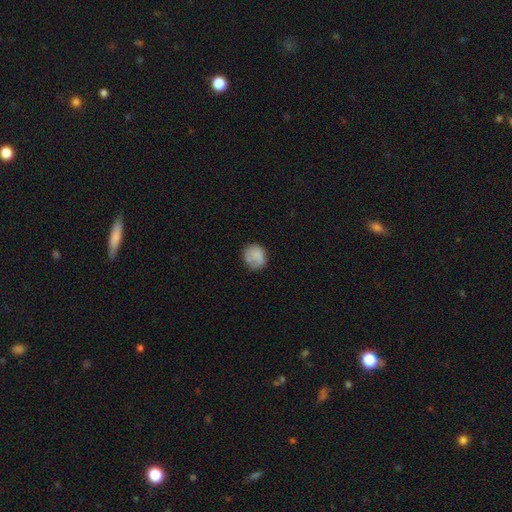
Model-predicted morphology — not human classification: Smooth or featured? Predicted: smooth (p=0.77). How rounded? Predicted: round (p=0.76). Merging? Predicted: none (p=0.64).